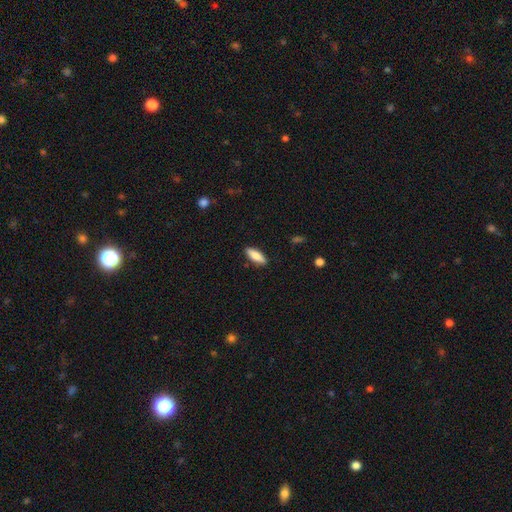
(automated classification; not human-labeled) Smooth or featured? smooth (79%)
How rounded? in between (59%)
Merging? none (88%)